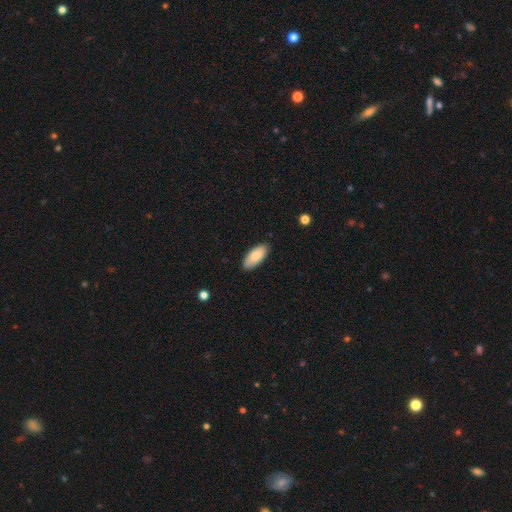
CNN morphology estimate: smooth-or-featured: smooth: 85% | featured or disk: 10% | star or artifact: 6%
  how-rounded: in between: 86% | cigar-shaped: 12% | round: 2%
  merging: none: 87% | minor disturbance: 10% | major disturbance: 2% | merger: 1%